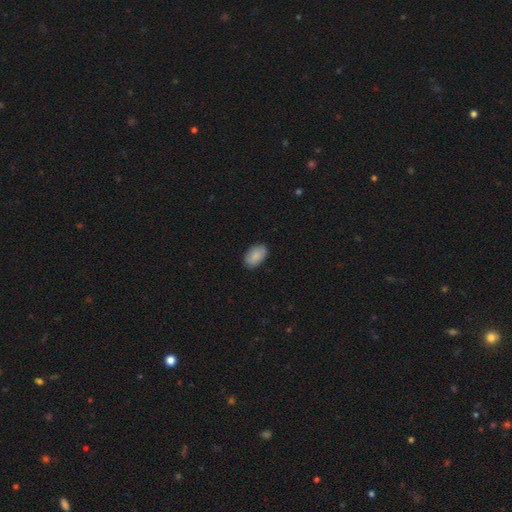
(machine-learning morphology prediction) type=smooth (87%); roundness=in between (93%); merging=none (87%).